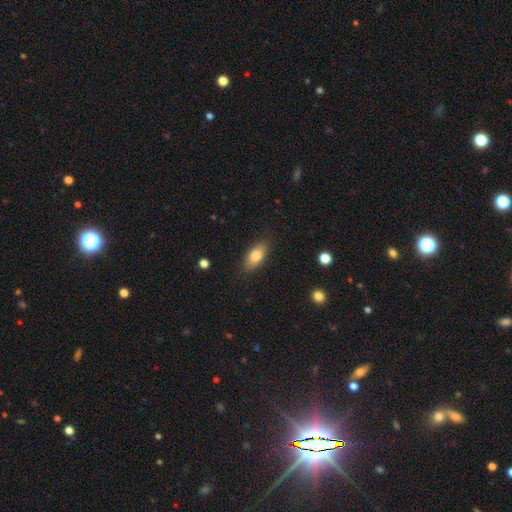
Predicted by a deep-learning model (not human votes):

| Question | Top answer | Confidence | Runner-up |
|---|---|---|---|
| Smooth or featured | smooth | 79% | featured or disk (14%) |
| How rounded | in between | 84% | cigar-shaped (12%) |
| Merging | none | 84% | minor disturbance (12%) |